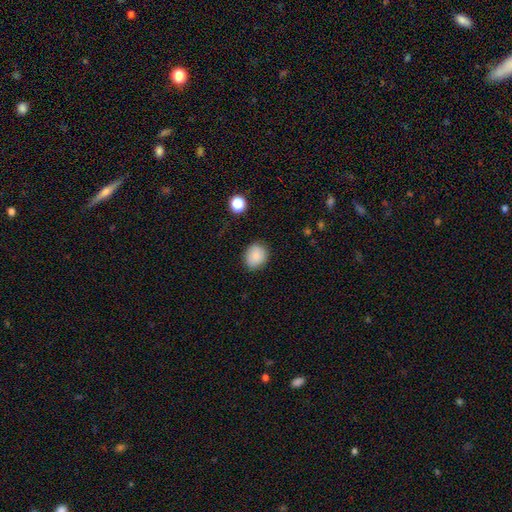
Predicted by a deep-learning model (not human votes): Smooth or featured? smooth (87%)
How rounded? round (62%)
Merging? none (83%)